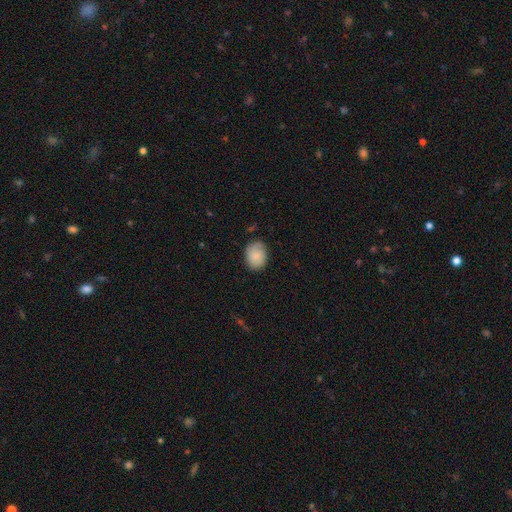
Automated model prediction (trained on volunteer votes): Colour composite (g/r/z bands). It shows a smooth galaxy with no disk features (77%) that is in between round and cigar-shaped (56%). Merging: none (71%).